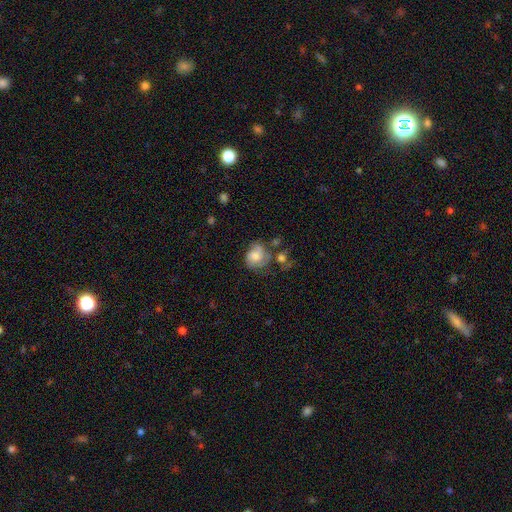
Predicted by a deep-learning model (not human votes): Smooth or featured?
  - featured or disk: 50% *
  - smooth: 41%
  - star or artifact: 8%
Edge-on disk?
  - no: 97% *
  - yes: 3%
Merging?
  - none: 44% *
  - minor disturbance: 24%
  - major disturbance: 19%
  - merger: 13%